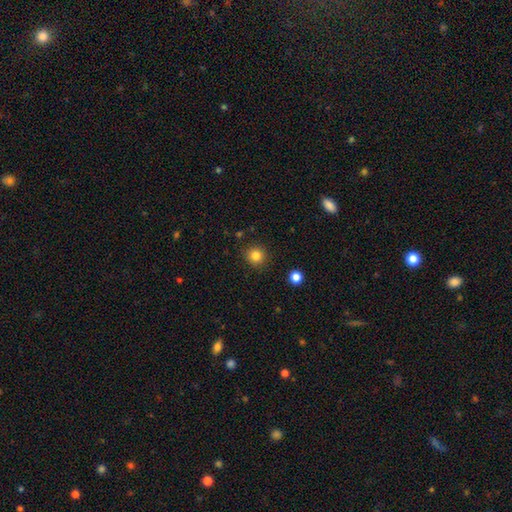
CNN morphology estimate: smooth 83%, star or artifact 12%, featured or disk 5%. Down the decision tree: how rounded — round (93%); merging — none (90%).